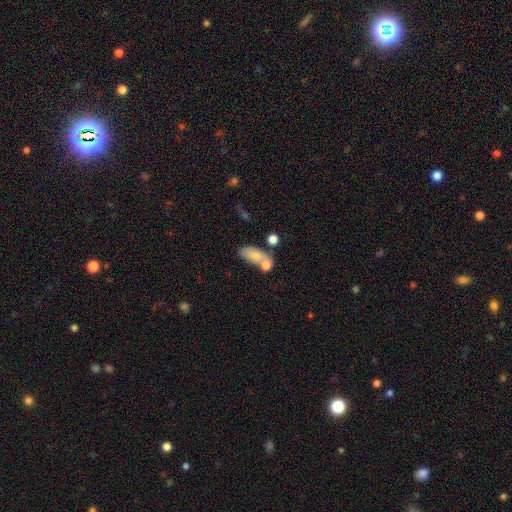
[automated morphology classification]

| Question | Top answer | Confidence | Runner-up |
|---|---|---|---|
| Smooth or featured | smooth | 74% | featured or disk (18%) |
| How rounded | in between | 83% | cigar-shaped (10%) |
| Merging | none | 38% | tied: merger (38%) |